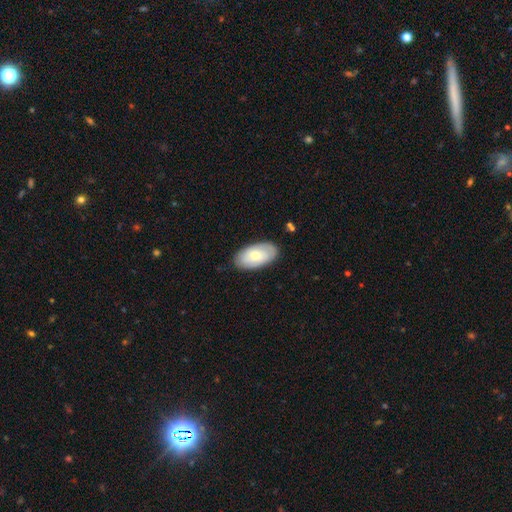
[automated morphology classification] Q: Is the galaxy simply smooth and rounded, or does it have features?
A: smooth — 67%.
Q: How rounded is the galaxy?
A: in between — 95%.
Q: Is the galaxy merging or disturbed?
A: none — 84%.